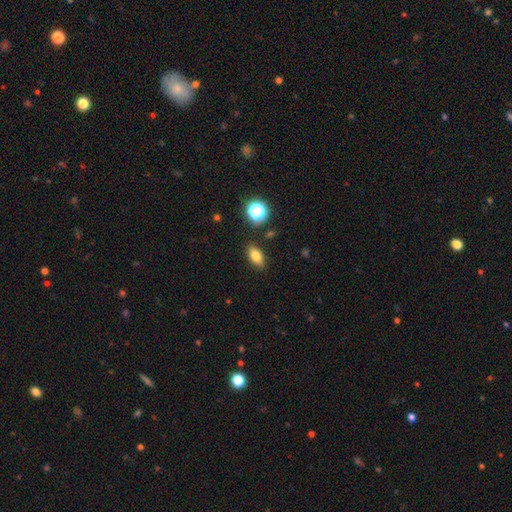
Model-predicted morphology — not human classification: This is likely a smooth galaxy (78%). How rounded: clearly in between (82%). Merging: clearly none (86%).